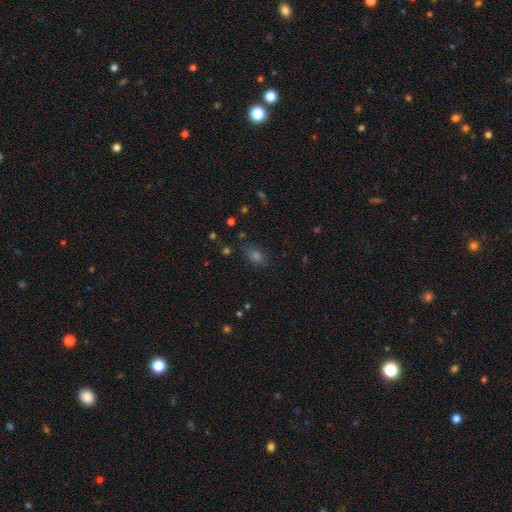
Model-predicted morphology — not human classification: smooth-or-featured: smooth: 63% | star or artifact: 28% | featured or disk: 10%
  how-rounded: in between: 73% | round: 24% | cigar-shaped: 3%
  merging: none: 81% | minor disturbance: 13% | major disturbance: 4% | merger: 3%